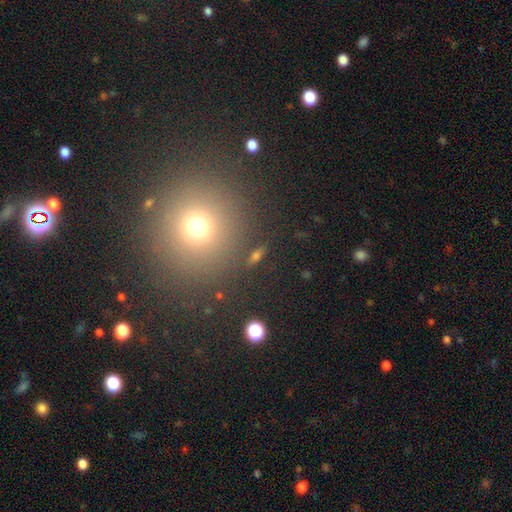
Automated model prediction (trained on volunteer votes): smooth-or-featured: smooth: 62% | star or artifact: 30% | featured or disk: 8%
  how-rounded: round: 91% | in between: 8% | cigar-shaped: 1%
  merging: none: 87% | minor disturbance: 6% | merger: 3% | major disturbance: 3%